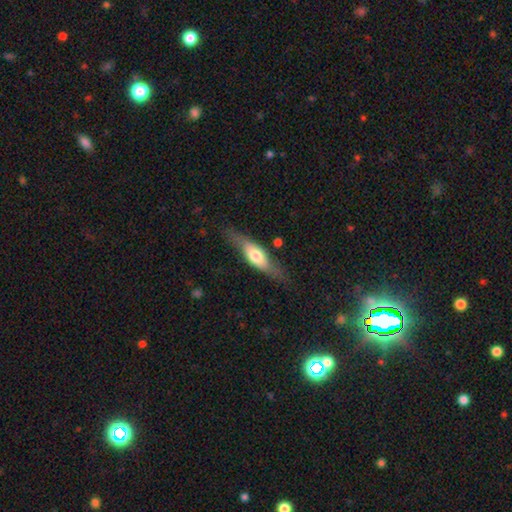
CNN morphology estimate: smooth_or_featured: featured or disk (p=0.48) [alt: smooth p=0.47]
merging: none (p=0.72) [alt: minor disturbance p=0.19]